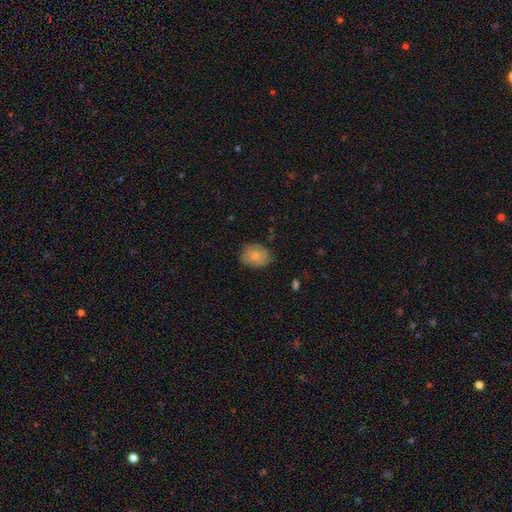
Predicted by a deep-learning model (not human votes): Smooth or featured? smooth (72%)
How rounded? in between (54%)
Merging? none (70%)